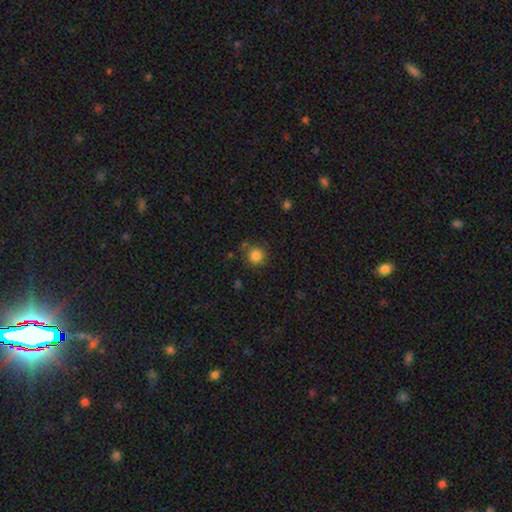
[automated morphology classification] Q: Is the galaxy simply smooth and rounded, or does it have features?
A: smooth — 84%.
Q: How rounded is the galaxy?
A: round — 93%.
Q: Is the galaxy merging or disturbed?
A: none — 83%.